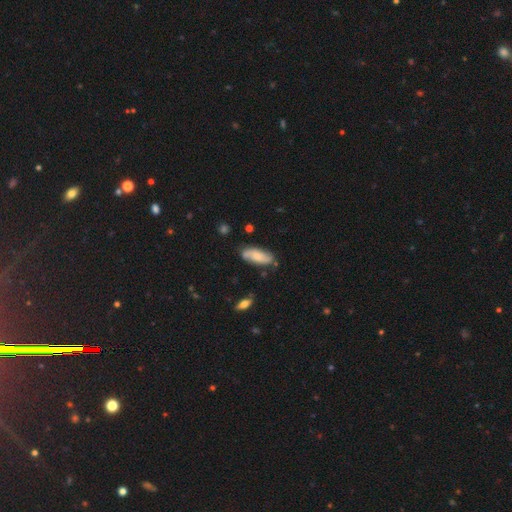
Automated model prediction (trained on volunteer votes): A smooth galaxy with no disk features (52%) that is in between round and cigar-shaped (75%). Merging: none (76%).